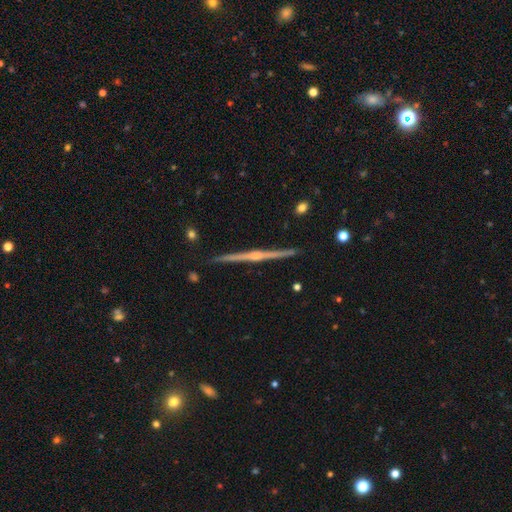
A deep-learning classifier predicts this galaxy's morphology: Smooth or featured: featured or disk — 87% (smooth — 8%)
Edge-on disk: yes — 99% (no — 1%)
Edge-on bulge: rounded — 79% (none — 14%)
Merging: none — 93% (minor disturbance — 5%)